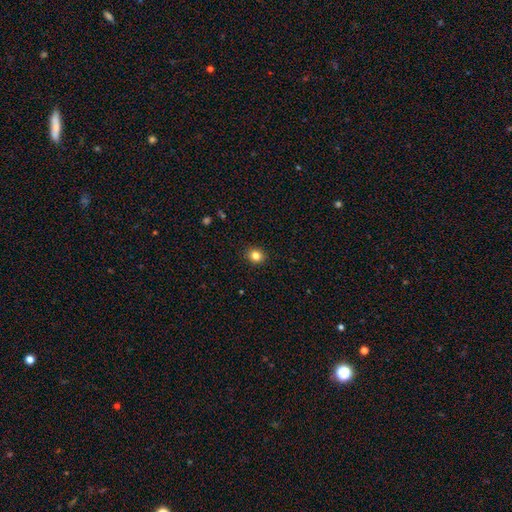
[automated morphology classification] smooth 83%, star or artifact 11%, featured or disk 6%. Down the decision tree: how rounded — round (77%); merging — none (92%).